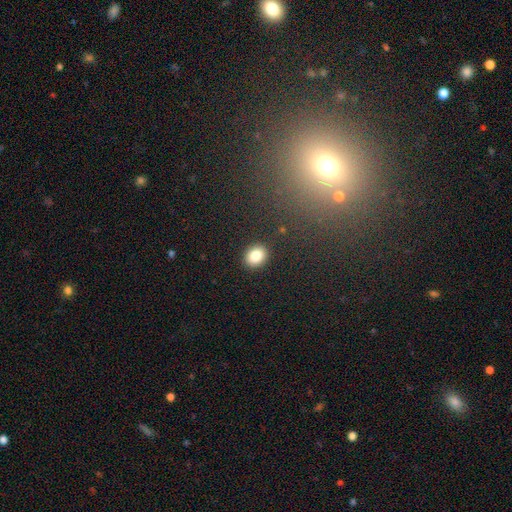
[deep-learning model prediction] Q: Smooth or featured?
A: smooth (85%); runner-up: star or artifact (9%)
Q: How rounded?
A: round (55%); runner-up: in between (44%)
Q: Merging?
A: none (90%); runner-up: minor disturbance (7%)